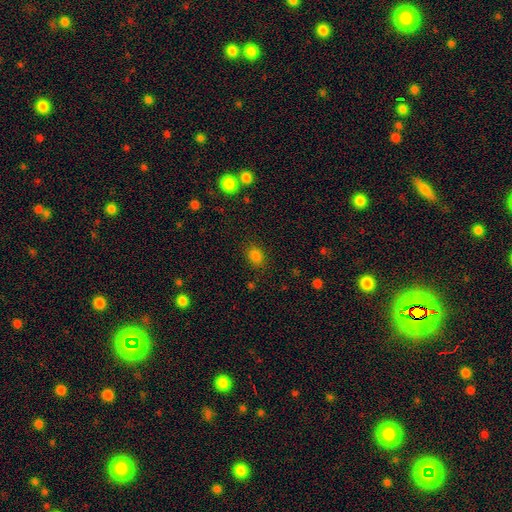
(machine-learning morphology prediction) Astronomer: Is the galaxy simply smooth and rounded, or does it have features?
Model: smooth — 82%.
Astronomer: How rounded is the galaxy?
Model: in between — 58% (runner-up: round, 41%).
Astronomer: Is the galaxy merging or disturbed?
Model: none — 84%.